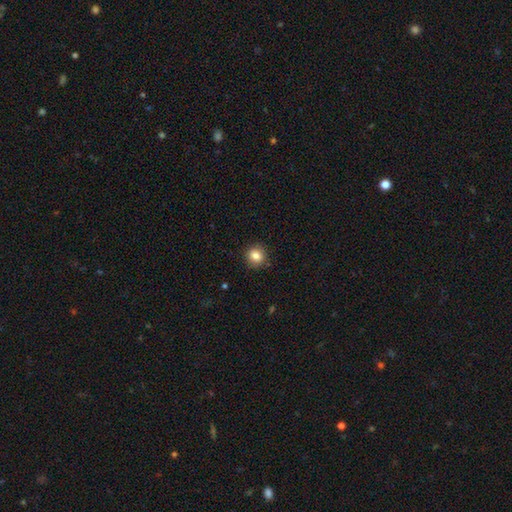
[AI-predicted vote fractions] A smooth galaxy with no disk features (84%) that is round (87%). Merging: none (88%).